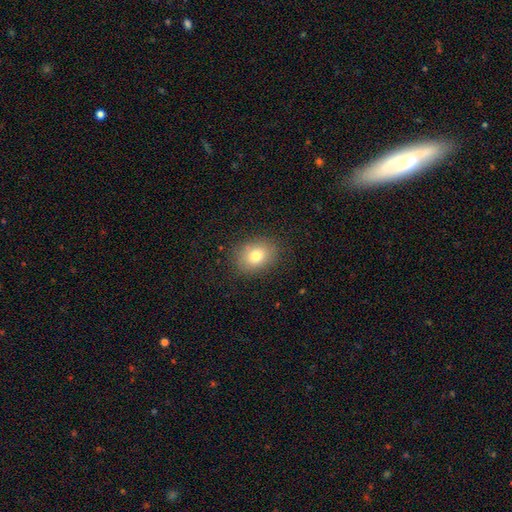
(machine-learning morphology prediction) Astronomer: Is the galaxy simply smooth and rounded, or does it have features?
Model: smooth — 76%.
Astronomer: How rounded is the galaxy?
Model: in between — 61% (runner-up: round, 38%).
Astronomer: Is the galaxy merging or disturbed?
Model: none — 85%.